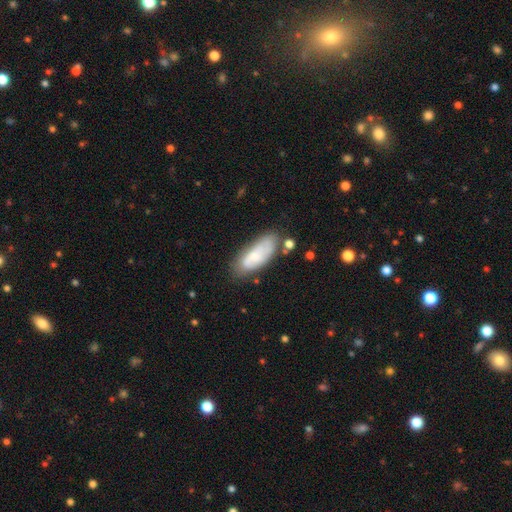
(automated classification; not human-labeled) Smooth or featured? Predicted: smooth (p=0.62). How rounded? Predicted: in between (p=0.75). Merging? Predicted: none (p=0.59).